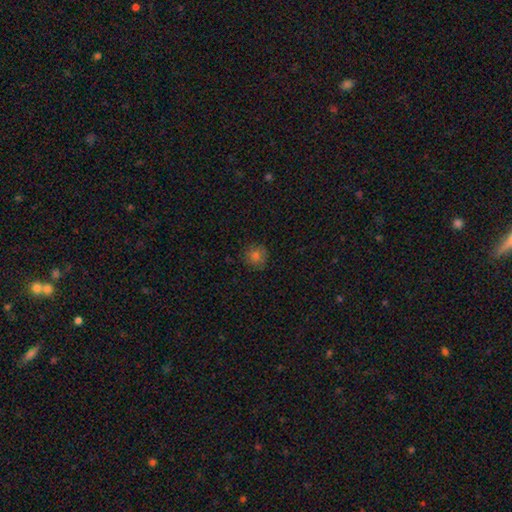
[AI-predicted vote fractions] Smooth or featured?
  - smooth: 77% *
  - star or artifact: 14%
  - featured or disk: 8%
How rounded?
  - round: 91% *
  - in between: 8%
  - cigar-shaped: 1%
Merging?
  - none: 85% *
  - minor disturbance: 12%
  - major disturbance: 3%
  - merger: 1%